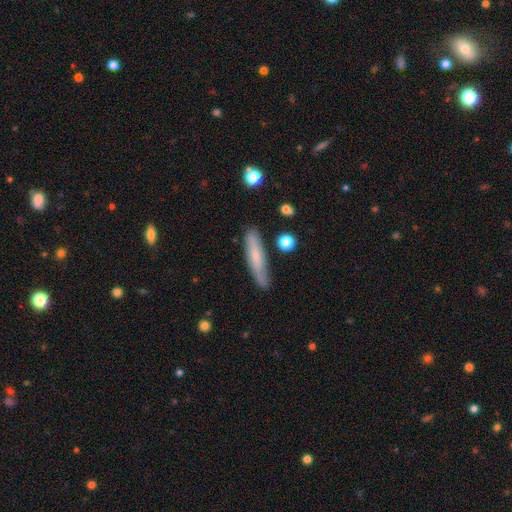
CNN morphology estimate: Smooth or featured: smooth — 59% (featured or disk — 34%)
How rounded: cigar-shaped — 84% (in between — 14%)
Merging: none — 77% (minor disturbance — 17%)